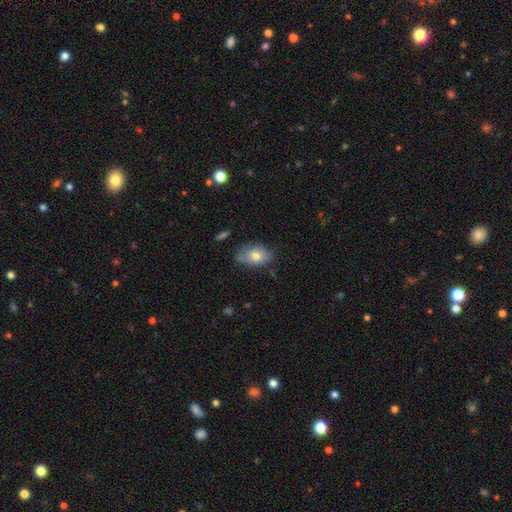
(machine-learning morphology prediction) smooth 73%, featured or disk 18%, star or artifact 9%. Down the decision tree: how rounded — in between (82%); merging — none (66%).